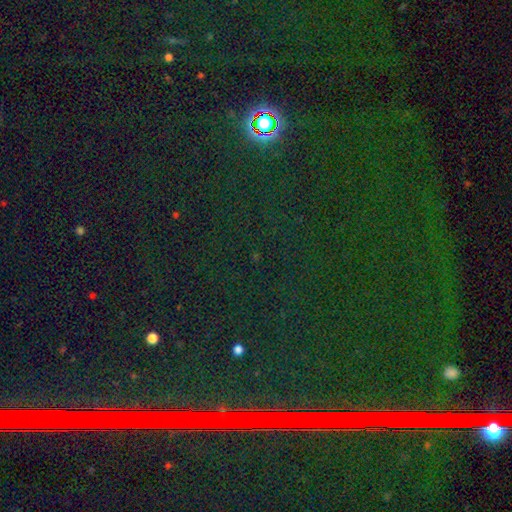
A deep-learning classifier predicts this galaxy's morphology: This appears to be a star or artifact, not a galaxy (84%).